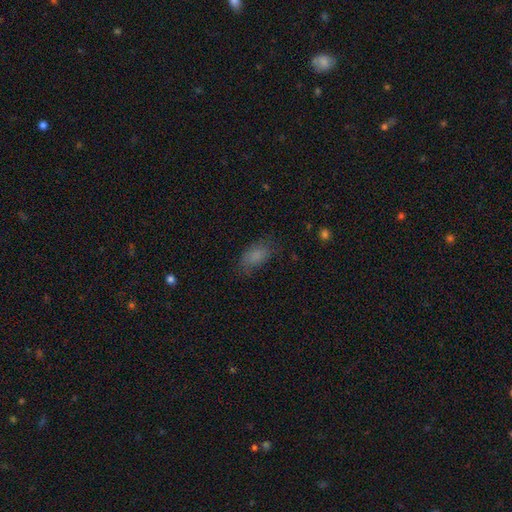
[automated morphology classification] smooth-or-featured: smooth: 80% | star or artifact: 10% | featured or disk: 9%
  how-rounded: in between: 90% | round: 5% | cigar-shaped: 4%
  merging: none: 68% | minor disturbance: 22% | major disturbance: 9% | merger: 1%